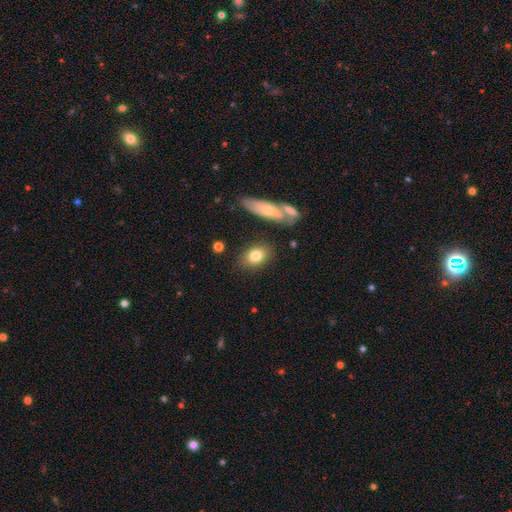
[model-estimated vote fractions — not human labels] Smooth or featured? Predicted: smooth (p=0.79). How rounded? Predicted: in between (p=0.73). Merging? Predicted: none (p=0.78).